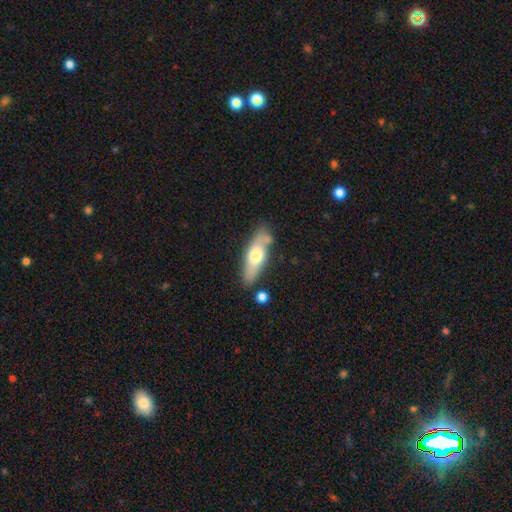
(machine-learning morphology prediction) This appears to be a smooth galaxy with no disk features (56%) that is in between round and cigar-shaped (49%). Merging: none (70%).